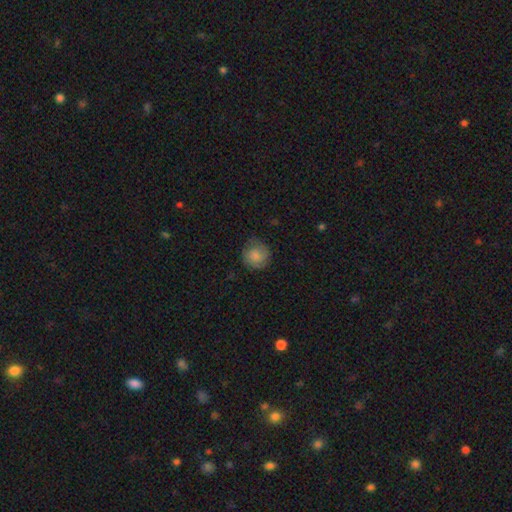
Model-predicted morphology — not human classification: This appears to be a smooth galaxy with no disk features (72%) that is round (90%). Merging: none (74%).